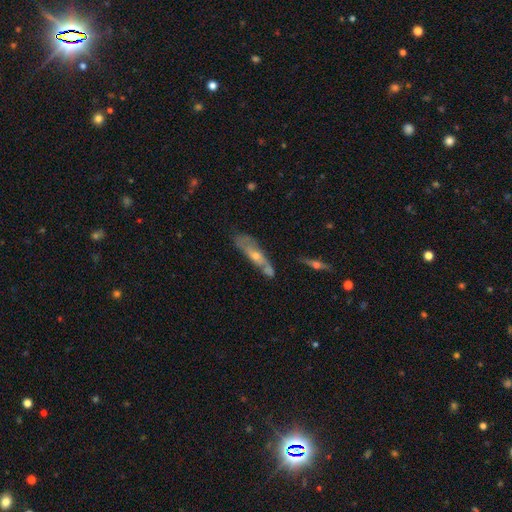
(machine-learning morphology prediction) The model was most divided on "edge-on disk": no: 56%, yes: 44%. More confident: smooth or featured — featured or disk (59%); merging — none (51%).